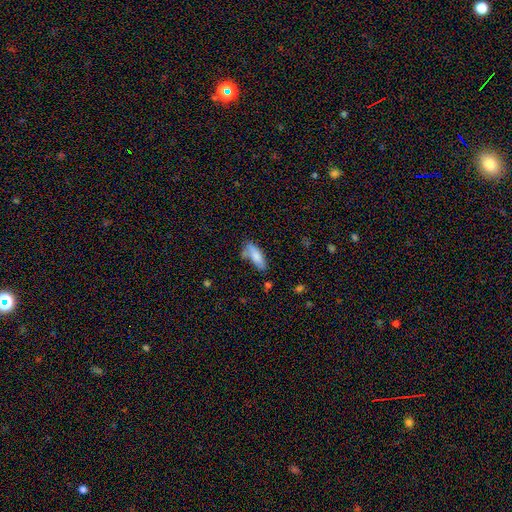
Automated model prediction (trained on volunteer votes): A smooth galaxy with no disk features (79%) that is in between round and cigar-shaped (61%). Merging: none (57%).